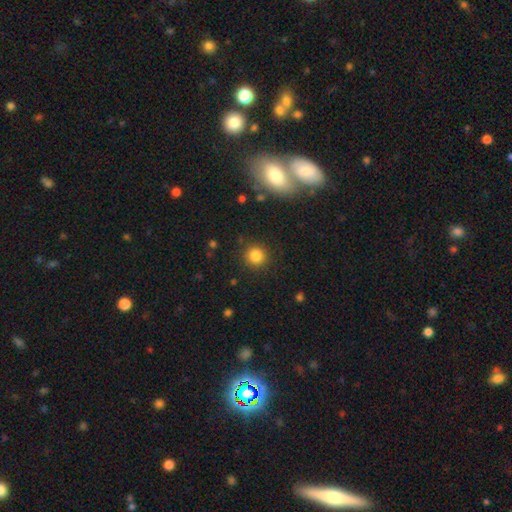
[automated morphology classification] Smooth or featured?
  - smooth: 83% *
  - star or artifact: 12%
  - featured or disk: 5%
How rounded?
  - round: 92% *
  - in between: 7%
  - cigar-shaped: 1%
Merging?
  - none: 89% *
  - minor disturbance: 7%
  - major disturbance: 3%
  - merger: 2%